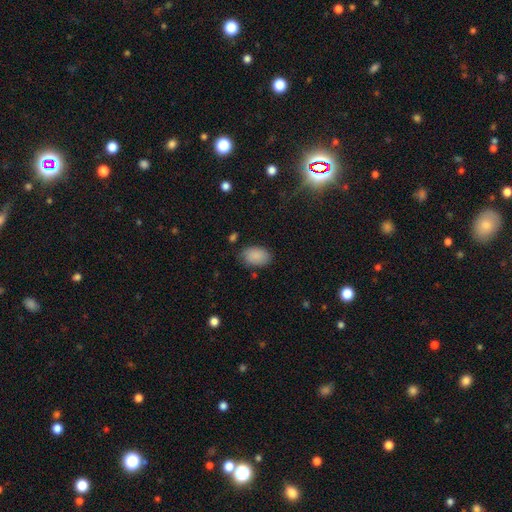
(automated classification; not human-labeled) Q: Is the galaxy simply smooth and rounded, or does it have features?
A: smooth — 88%.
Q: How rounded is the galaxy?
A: in between — 88%.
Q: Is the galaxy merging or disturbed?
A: none — 76%.